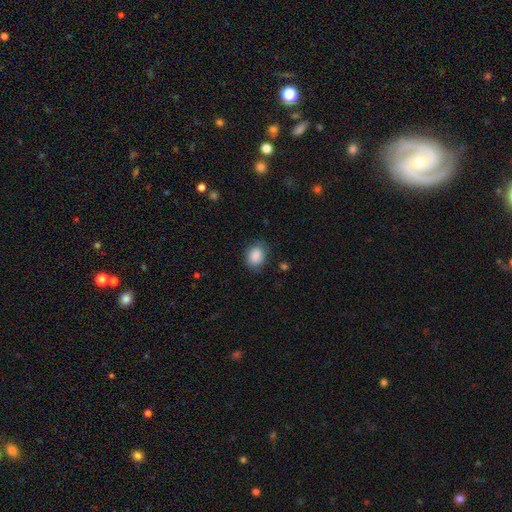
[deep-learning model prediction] The model was most divided on "how rounded": in between: 59%, round: 40%, cigar-shaped: 1%. More confident: smooth or featured — smooth (88%); merging — none (77%).